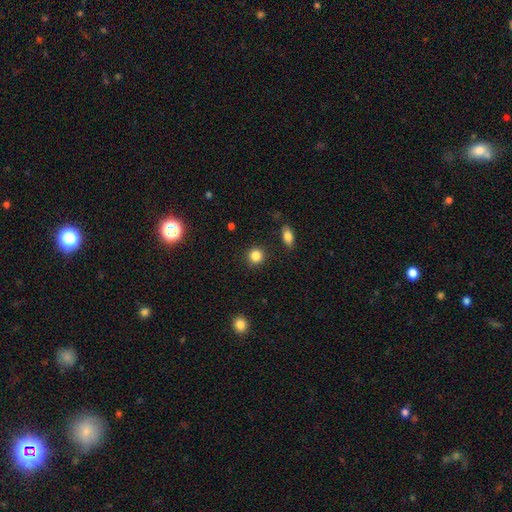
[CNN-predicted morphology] Smooth or featured? Predicted: smooth (p=0.85). How rounded? Predicted: round (p=0.89). Merging? Predicted: none (p=0.89).